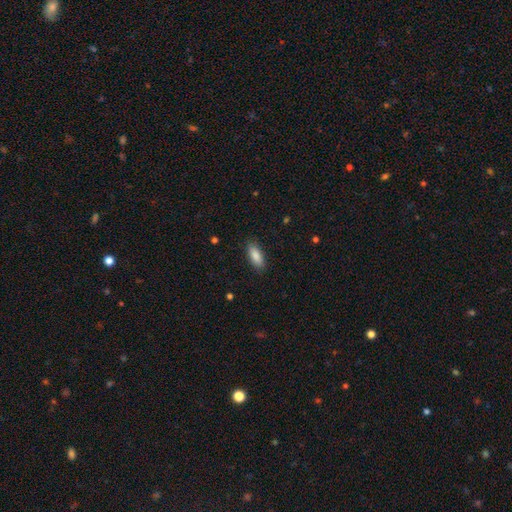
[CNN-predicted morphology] type=smooth (87%); roundness=in between (80%); merging=none (88%).